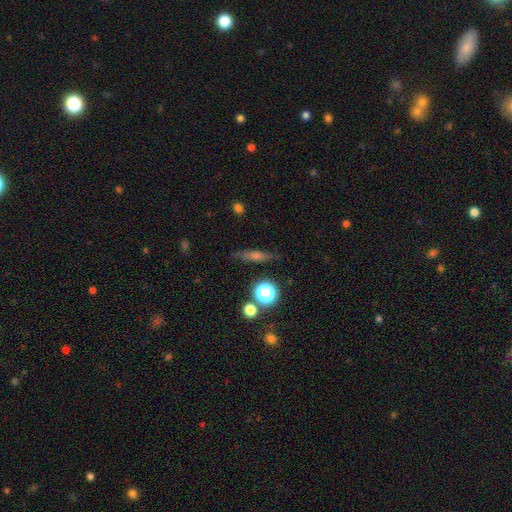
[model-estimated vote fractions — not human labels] smooth 47%, featured or disk 36%, star or artifact 17%. Down the decision tree: merging — none (84%).